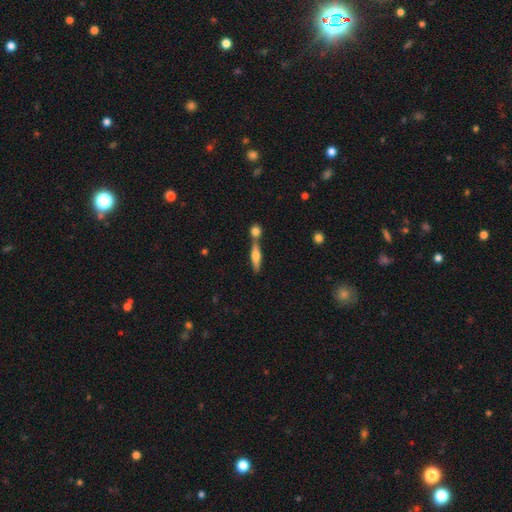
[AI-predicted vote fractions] Q: Smooth or featured?
A: smooth (50%); runner-up: featured or disk (43%)
Q: Merging?
A: none (55%); runner-up: merger (33%)